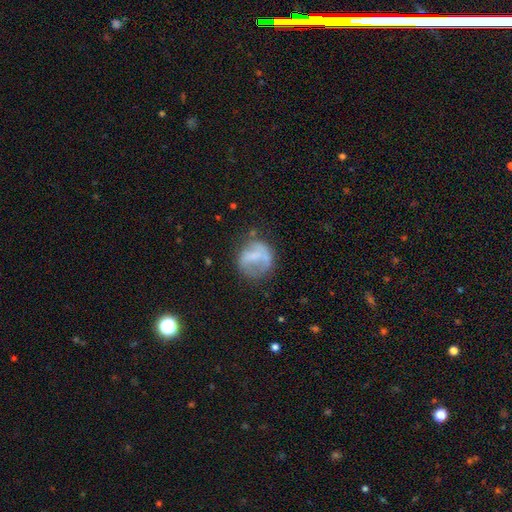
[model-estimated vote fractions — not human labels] Overall: smooth (53%; featured or disk 37%). How rounded: round (79%). Merging: none (46%; minor disturbance 25%).